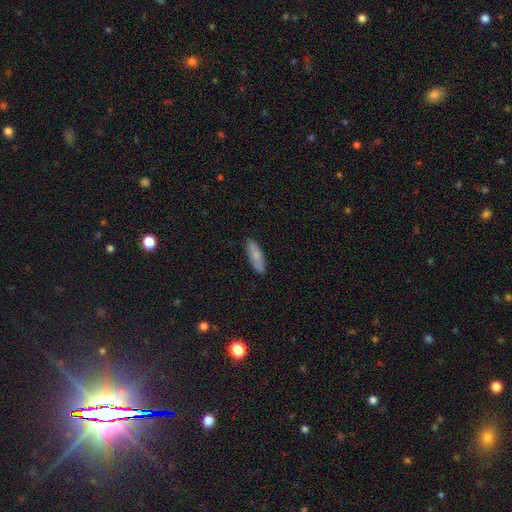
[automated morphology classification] smooth-or-featured: smooth: 77% | featured or disk: 17% | star or artifact: 6%
  how-rounded: cigar-shaped: 50% | in between: 48% | round: 2%
  merging: none: 87% | minor disturbance: 10% | major disturbance: 2% | merger: 1%